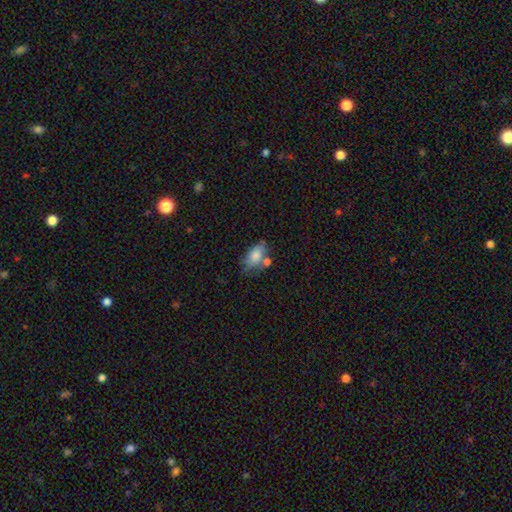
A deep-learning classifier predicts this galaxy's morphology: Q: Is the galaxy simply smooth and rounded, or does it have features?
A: smooth — 76%.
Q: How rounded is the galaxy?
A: in between — 89%.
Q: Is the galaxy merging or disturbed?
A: none — 47%.